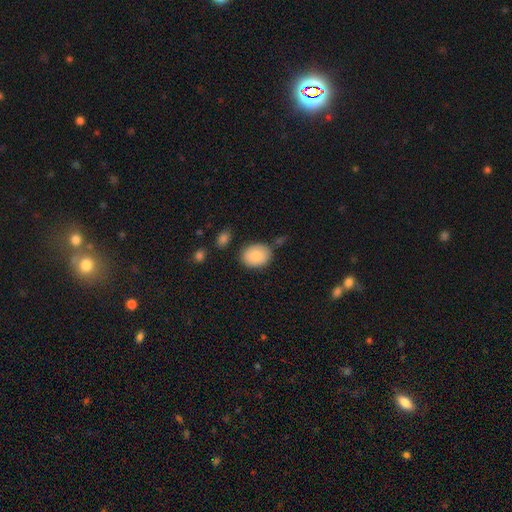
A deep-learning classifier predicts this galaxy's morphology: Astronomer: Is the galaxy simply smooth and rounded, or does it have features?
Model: smooth — 84%.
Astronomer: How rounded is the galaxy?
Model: in between — 58% (runner-up: round, 41%).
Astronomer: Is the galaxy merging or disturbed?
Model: none — 75%.